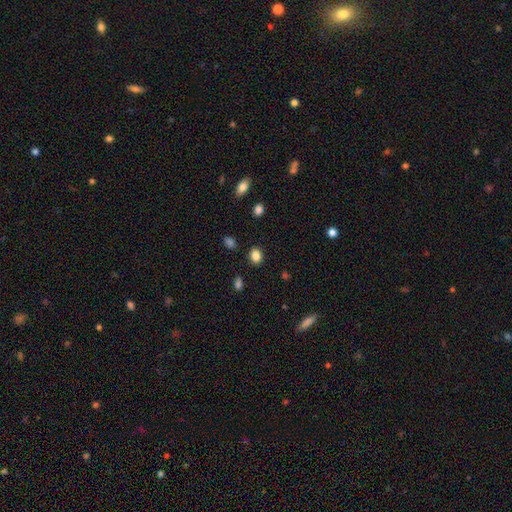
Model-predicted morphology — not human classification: Q: Smooth or featured?
A: smooth (85%); runner-up: star or artifact (11%)
Q: How rounded?
A: in between (51%); runner-up: round (48%)
Q: Merging?
A: none (86%); runner-up: minor disturbance (9%)